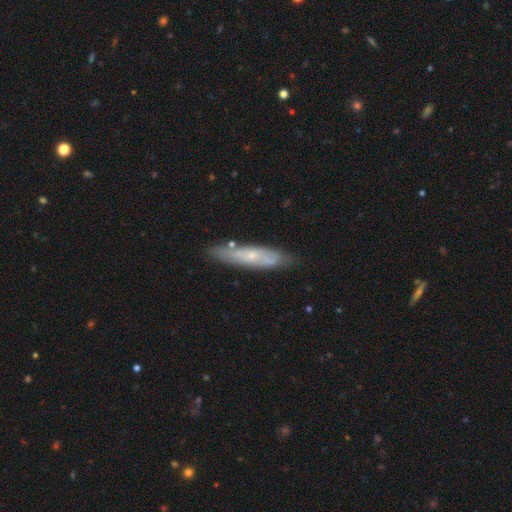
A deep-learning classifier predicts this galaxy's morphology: featured or disk 56%, smooth 36%, star or artifact 8%. Down the decision tree: edge-on disk — yes (55%); merging — none (81%).